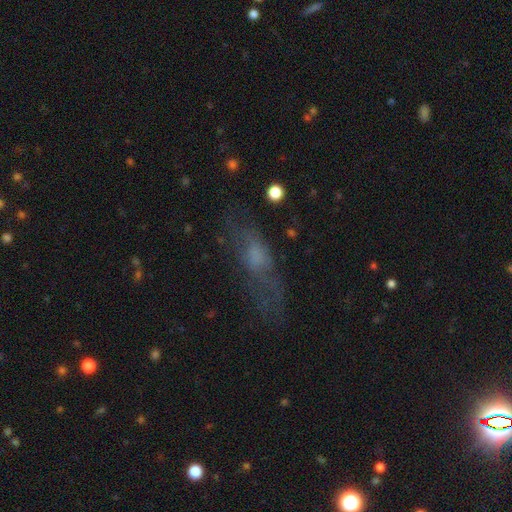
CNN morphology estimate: This appears to be a smooth galaxy with no disk features (47%). Merging: none (57%).